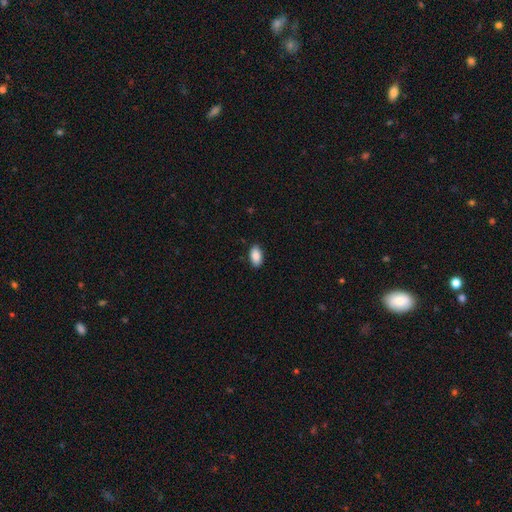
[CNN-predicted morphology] This appears to be a smooth galaxy with no disk features (89%) that is in between round and cigar-shaped (93%). Merging: none (88%).